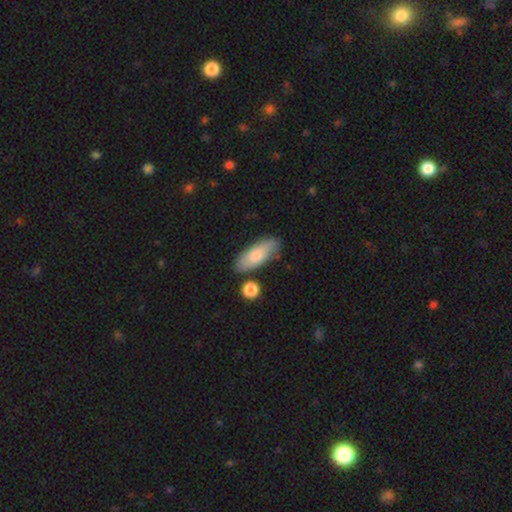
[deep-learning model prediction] Q: Smooth or featured?
A: smooth (76%); runner-up: featured or disk (18%)
Q: How rounded?
A: in between (71%); runner-up: cigar-shaped (26%)
Q: Merging?
A: none (79%); runner-up: minor disturbance (13%)